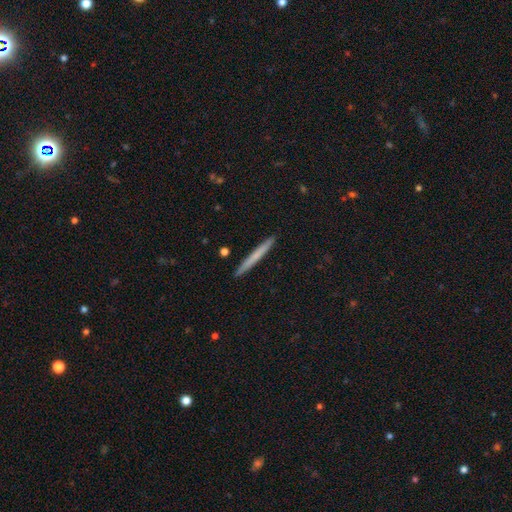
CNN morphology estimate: smooth_or_featured: smooth (p=0.63) [alt: featured or disk p=0.32]
how_rounded: cigar-shaped (p=0.97) [alt: in between p=0.02]
merging: none (p=0.92) [alt: minor disturbance p=0.05]